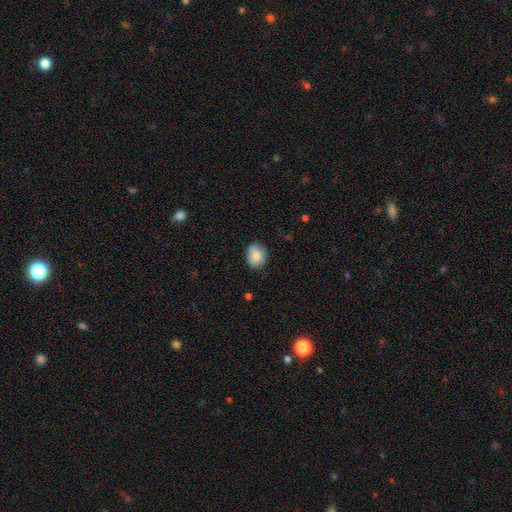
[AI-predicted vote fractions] Q: Smooth or featured?
A: smooth (85%); runner-up: featured or disk (8%)
Q: How rounded?
A: round (62%); runner-up: in between (37%)
Q: Merging?
A: none (82%); runner-up: minor disturbance (14%)